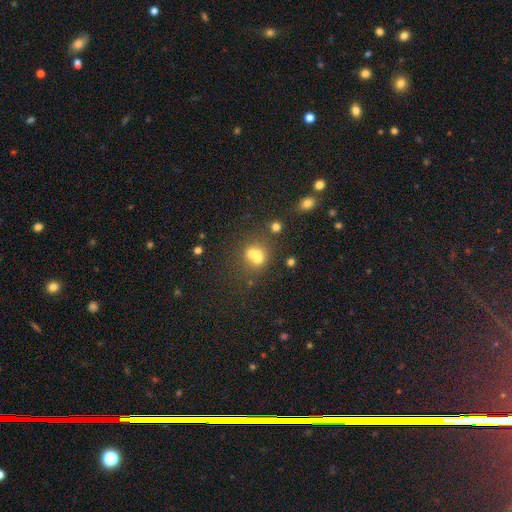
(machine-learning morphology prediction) smooth 60%, featured or disk 23%, star or artifact 17%. Down the decision tree: how rounded — round (78%); merging — merger (56%).